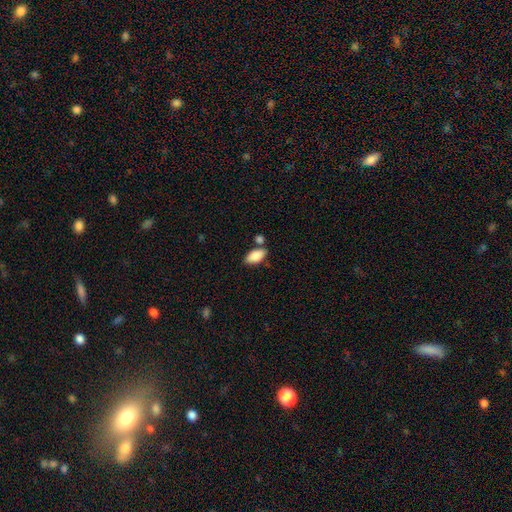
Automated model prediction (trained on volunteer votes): This appears to be a smooth galaxy with no disk features (86%) that is in between round and cigar-shaped (92%). Merging: none (68%).